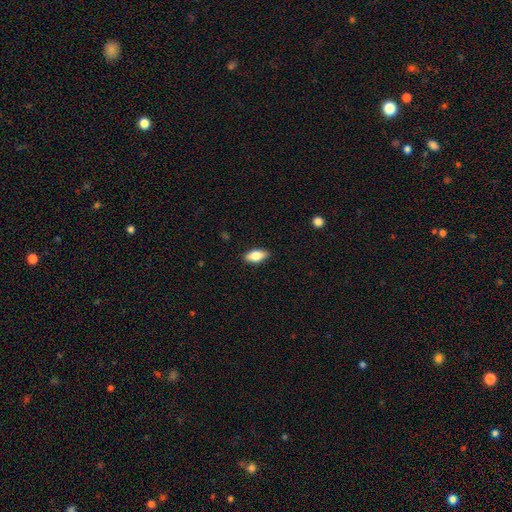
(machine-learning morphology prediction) Smooth or featured? smooth (78%)
How rounded? in between (87%)
Merging? none (87%)